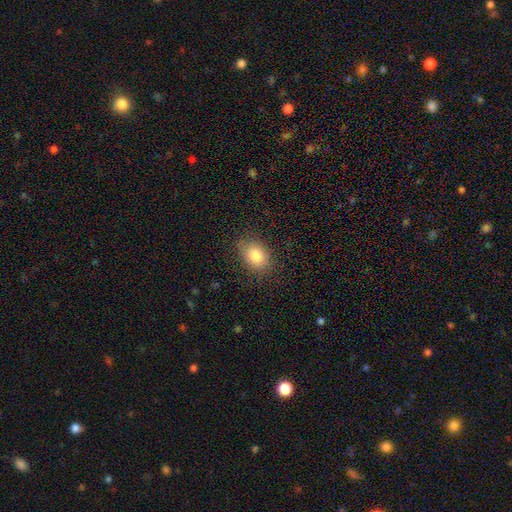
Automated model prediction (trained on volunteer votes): A smooth galaxy with no disk features (82%) that is in between round and cigar-shaped (72%). Merging: none (81%).